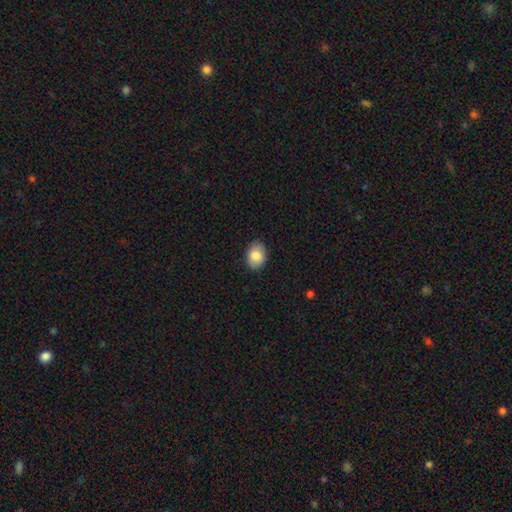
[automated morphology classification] type=smooth (85%); roundness=in between (75%); merging=none (87%).